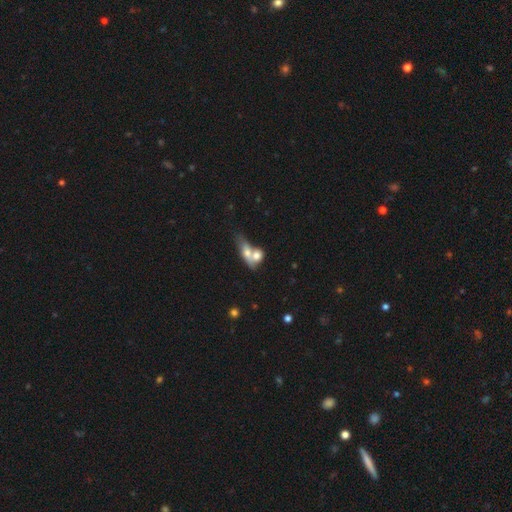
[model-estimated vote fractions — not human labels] A smooth galaxy with no disk features (64%) that is in between round and cigar-shaped (61%). Merging: merger (72%).